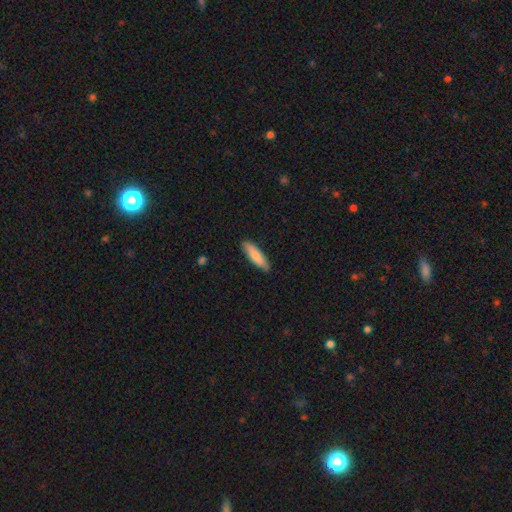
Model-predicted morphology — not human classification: The model was most divided on "how rounded": cigar-shaped: 66%, in between: 32%, round: 1%. More confident: merging — none (88%); smooth or featured — smooth (81%).